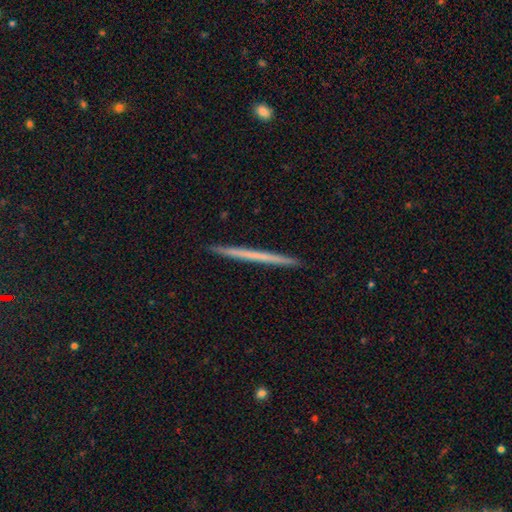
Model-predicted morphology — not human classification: smooth_or_featured: featured or disk (p=0.50) [alt: smooth p=0.44]
disk_edge_on: yes (p=0.98) [alt: no p=0.02]
merging: none (p=0.93) [alt: minor disturbance p=0.05]